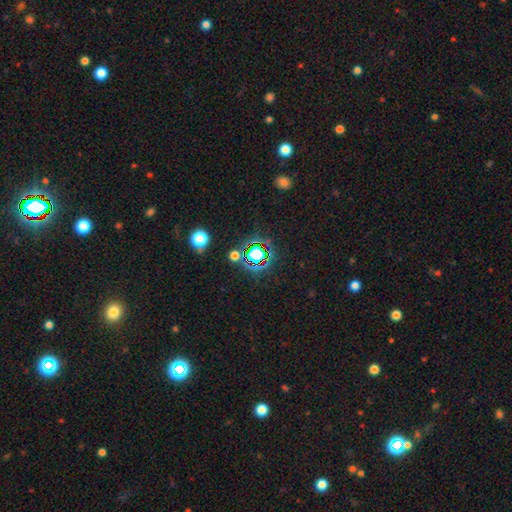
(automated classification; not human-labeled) star or artifact 67%, smooth 23%, featured or disk 10%.